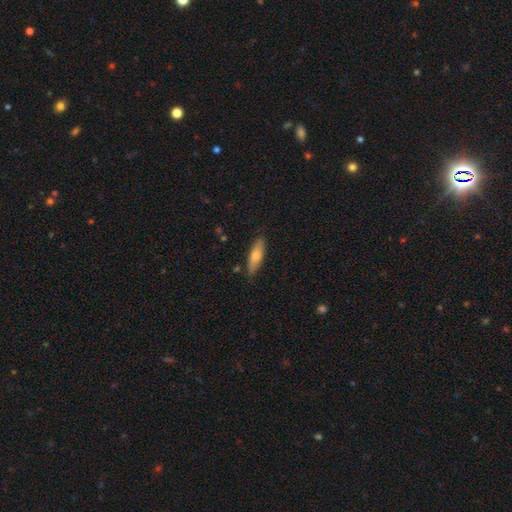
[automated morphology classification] type=smooth (73%); roundness=cigar-shaped (56%); merging=none (83%).